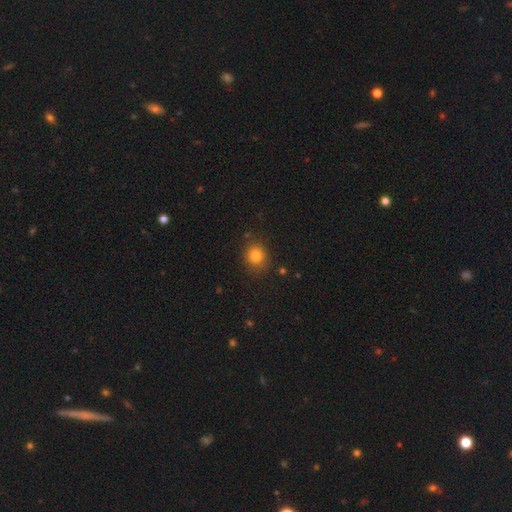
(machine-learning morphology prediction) Overall: smooth (82%). How rounded: round (75%). Merging: none (84%).